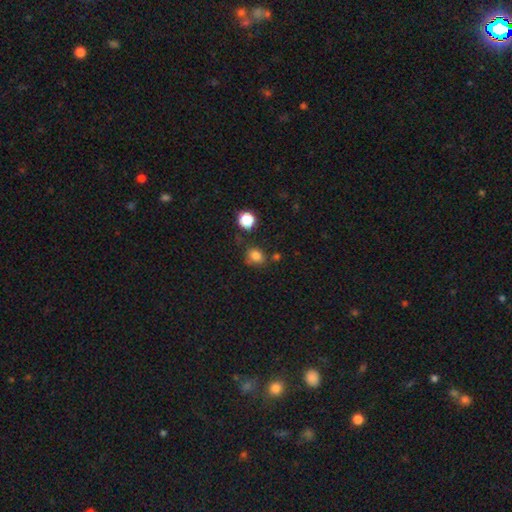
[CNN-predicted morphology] A smooth galaxy with no disk features (81%) that is round (58%).

Vote fractions:
- Smooth or featured? smooth: 81% / star or artifact: 14% / featured or disk: 5%
- How rounded? round: 58% / in between: 41% / cigar-shaped: 1%
- Merging? none: 71% / minor disturbance: 17% / merger: 8% / major disturbance: 5%